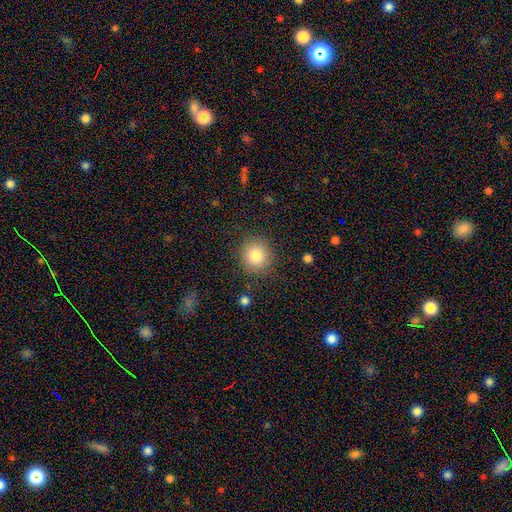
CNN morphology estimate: type=smooth (83%); roundness=round (91%); merging=none (88%).